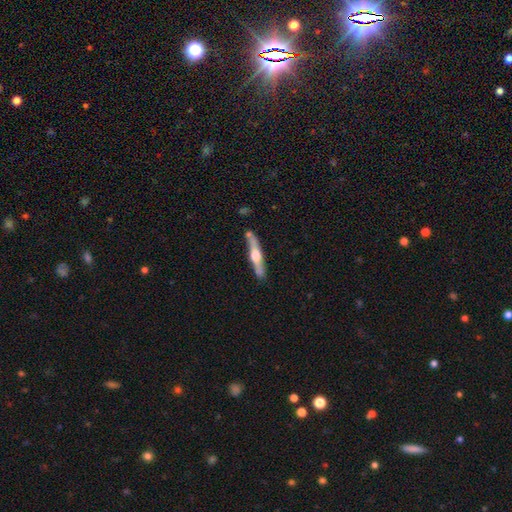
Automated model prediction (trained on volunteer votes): A featured or disk galaxy (61%) viewed edge-on (95%) with a rounded central bulge (91%). Merging: none (78%).